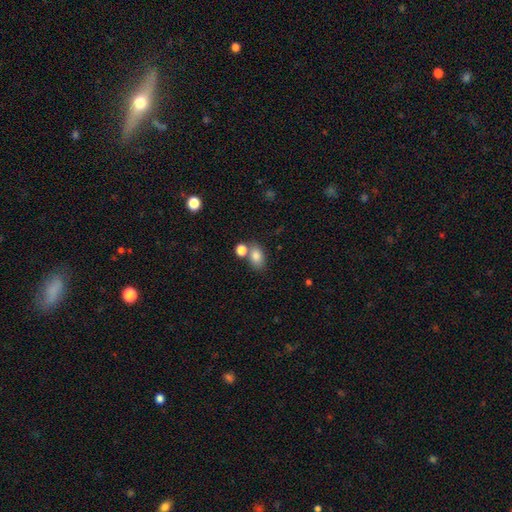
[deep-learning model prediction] This is clearly a smooth galaxy (83%). How rounded: likely in between (80%). Merging: possibly none (58%).